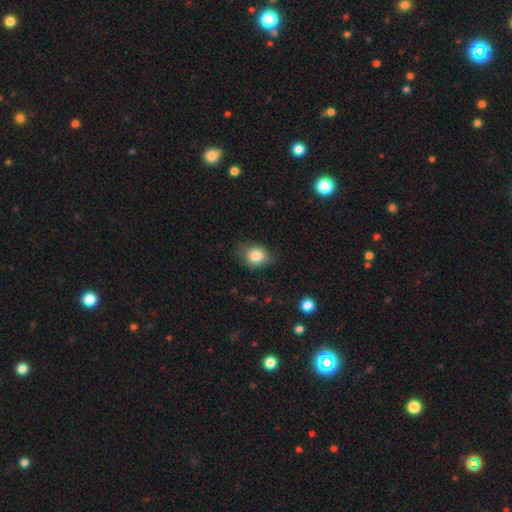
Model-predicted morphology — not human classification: Q: Smooth or featured?
A: smooth (83%); runner-up: star or artifact (10%)
Q: How rounded?
A: round (50%); runner-up: in between (49%)
Q: Merging?
A: none (72%); runner-up: minor disturbance (21%)